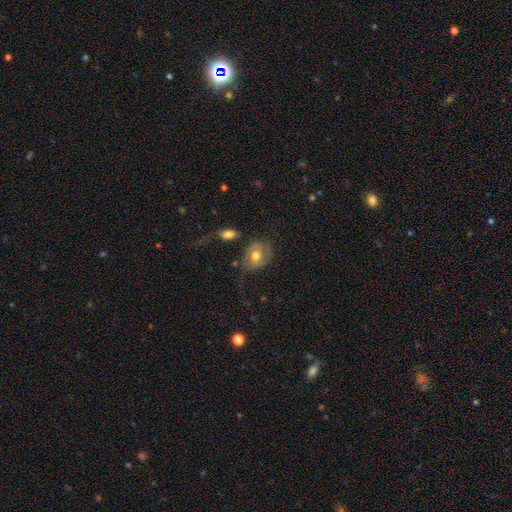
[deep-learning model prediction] smooth_or_featured: smooth (p=0.52) [alt: featured or disk p=0.40]
how_rounded: in between (p=0.58) [alt: round p=0.41]
merging: none (p=0.45) [alt: major disturbance p=0.26]